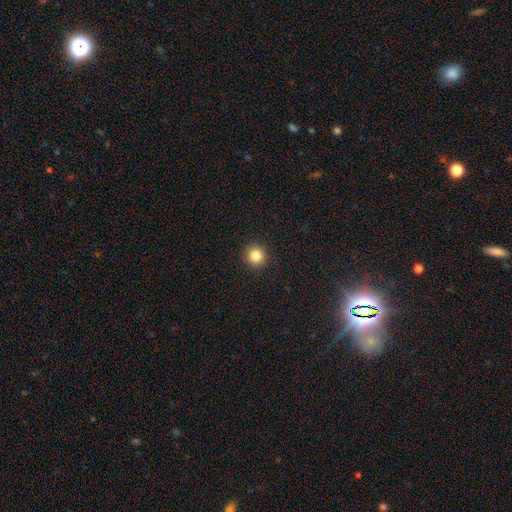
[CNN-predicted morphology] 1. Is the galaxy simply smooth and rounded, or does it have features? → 84% smooth, 11% star or artifact, 5% featured or disk.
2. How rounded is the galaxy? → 93% round, 6% in between, 1% cigar-shaped.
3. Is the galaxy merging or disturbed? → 93% none, 5% minor disturbance, 2% major disturbance, 1% merger.